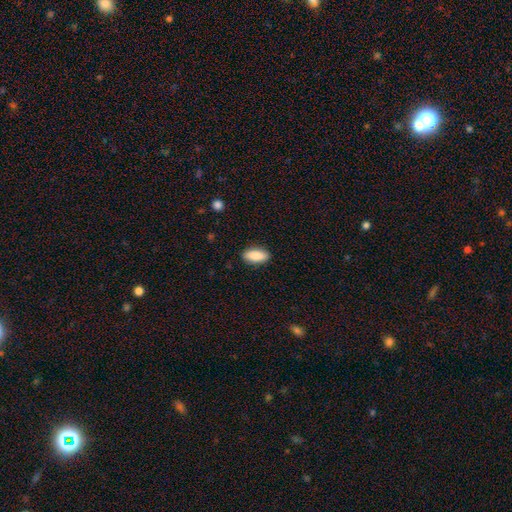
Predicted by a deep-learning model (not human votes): Smooth or featured?
  - smooth: 88% *
  - star or artifact: 6%
  - featured or disk: 6%
How rounded?
  - in between: 84% *
  - cigar-shaped: 13%
  - round: 2%
Merging?
  - none: 89% *
  - minor disturbance: 8%
  - major disturbance: 2%
  - merger: 1%